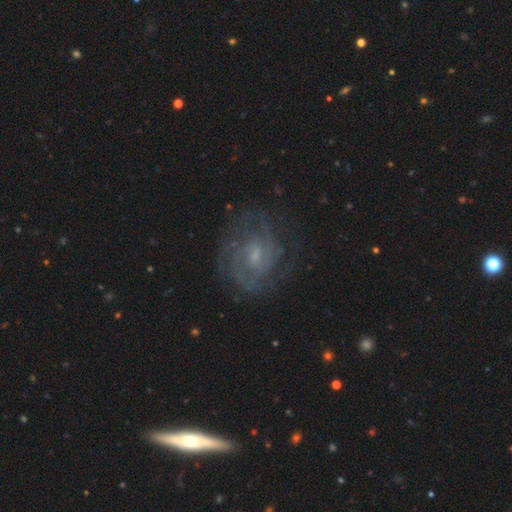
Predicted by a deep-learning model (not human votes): This is likely a featured or disk galaxy (80%). It is clearly not viewed edge-on (98%). Bar: possibly weak (47%). Spiral arm pattern: clearly yes (92%). Spiral arm count: marginally can't tell (35%). Spiral winding: possibly tight (53%). Central bulge: possibly small (58%). Merging: likely none (74%).